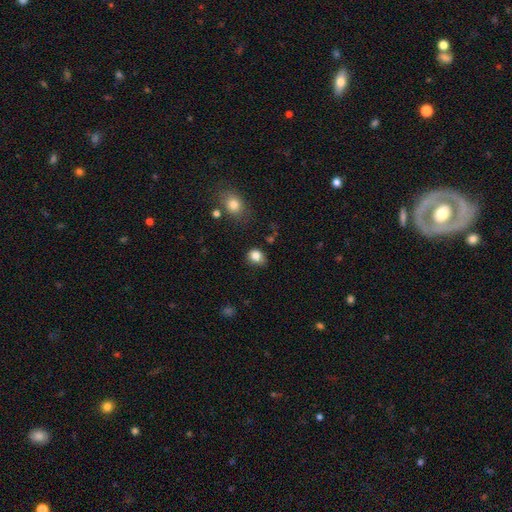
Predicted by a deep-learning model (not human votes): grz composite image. It shows a smooth galaxy with no disk features (84%) that is round (56%). Merging: none (68%).